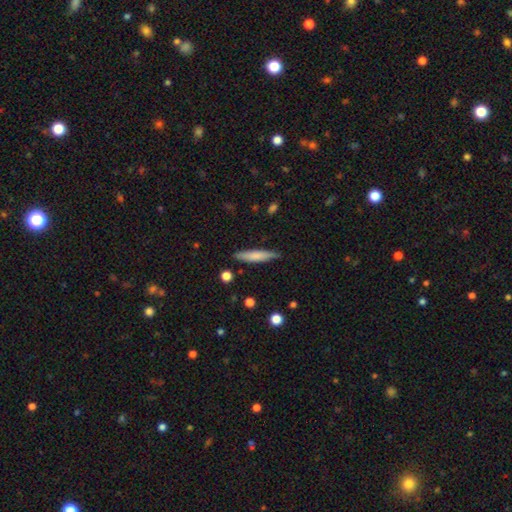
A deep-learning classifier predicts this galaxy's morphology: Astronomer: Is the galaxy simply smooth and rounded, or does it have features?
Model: smooth — 71%.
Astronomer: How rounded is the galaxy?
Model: cigar-shaped — 87%.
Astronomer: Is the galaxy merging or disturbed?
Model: none — 86%.